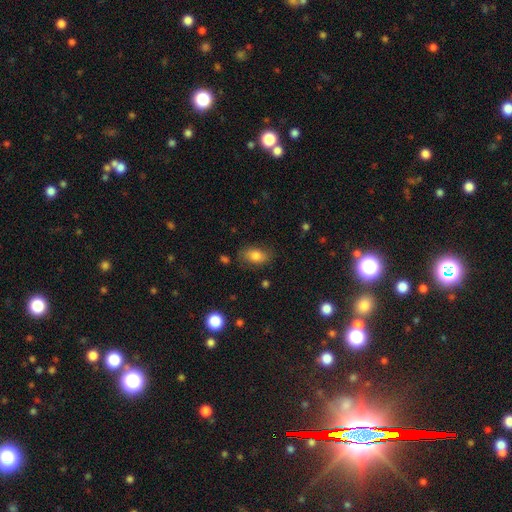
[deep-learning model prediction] This appears to be a smooth galaxy with no disk features (79%) that is in between round and cigar-shaped (87%). Merging: none (77%).